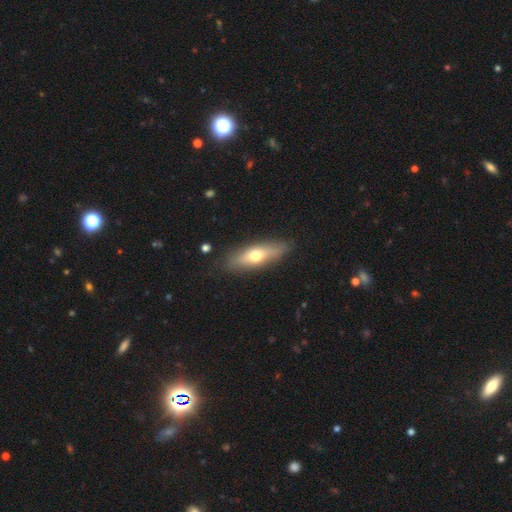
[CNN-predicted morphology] smooth 58%, featured or disk 36%, star or artifact 6%. Down the decision tree: how rounded — in between (50%); merging — none (83%).